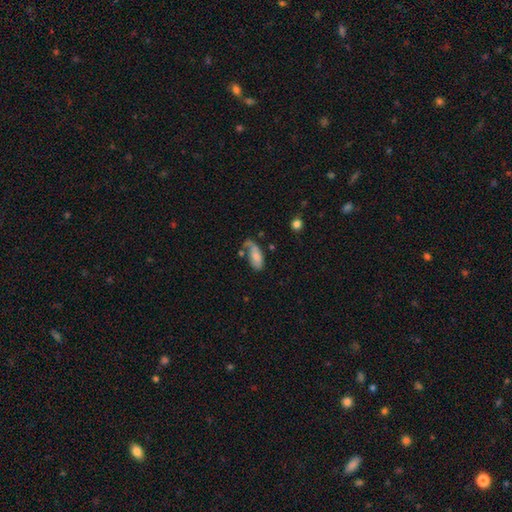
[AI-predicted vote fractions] Smooth or featured?
  - smooth: 65% *
  - featured or disk: 27%
  - star or artifact: 8%
How rounded?
  - in between: 87% *
  - cigar-shaped: 10%
  - round: 3%
Merging?
  - none: 35% *
  - major disturbance: 27%
  - minor disturbance: 25%
  - merger: 13%